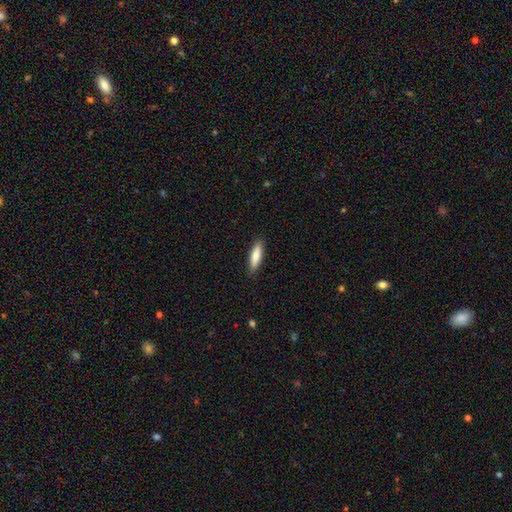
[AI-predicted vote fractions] Overall: smooth (77%). How rounded: cigar-shaped (67%; in between 31%). Merging: none (88%).